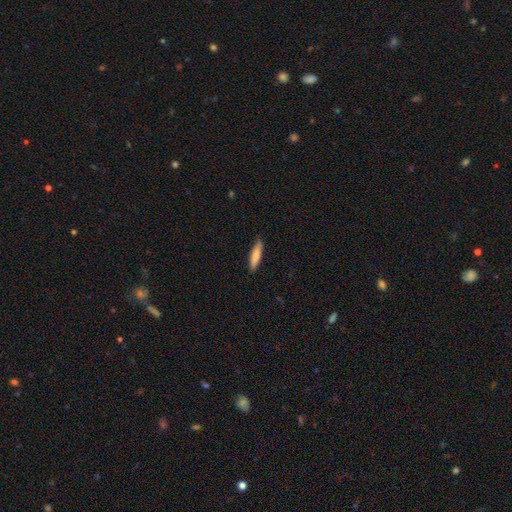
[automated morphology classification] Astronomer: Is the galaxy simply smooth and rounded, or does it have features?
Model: smooth — 82%.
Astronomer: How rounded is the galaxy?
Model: cigar-shaped — 81%.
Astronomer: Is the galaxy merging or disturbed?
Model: none — 89%.